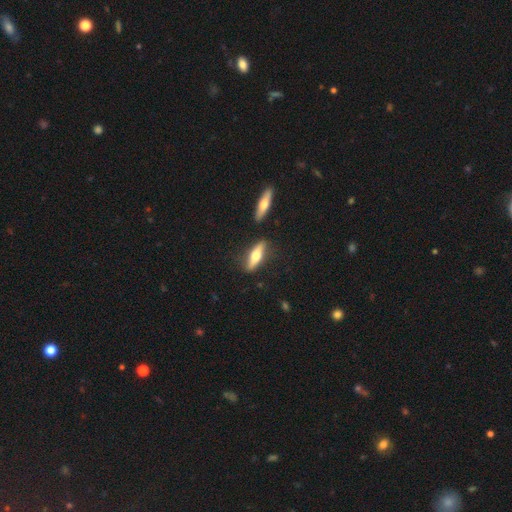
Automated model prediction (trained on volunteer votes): Smooth or featured? smooth (50%)
Merging? none (78%)